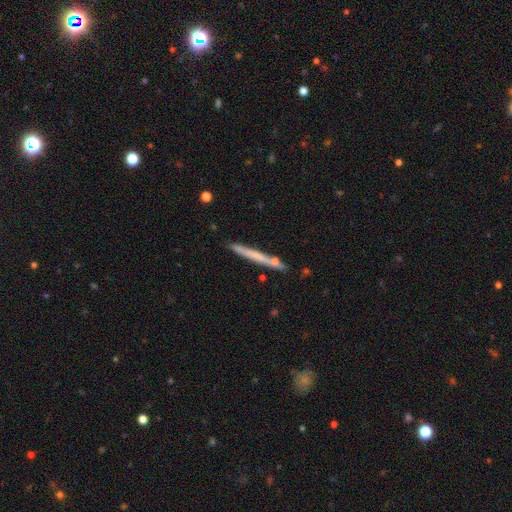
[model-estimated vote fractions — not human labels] The model was most divided on "smooth or featured": smooth: 54%, featured or disk: 39%, star or artifact: 7%. More confident: how rounded — cigar-shaped (97%); merging — none (80%).